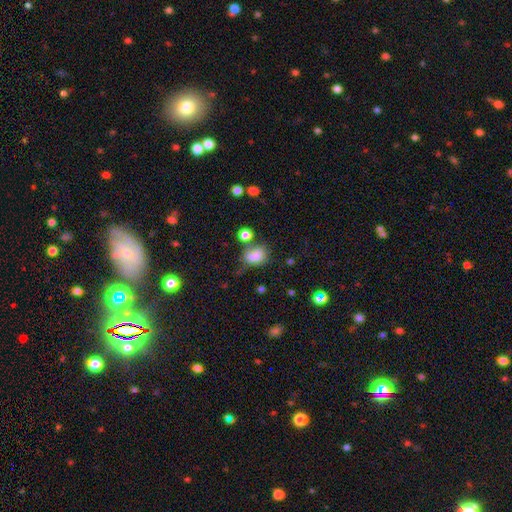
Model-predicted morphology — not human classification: Overall: smooth (77%). How rounded: in between (70%). Merging: none (44%; minor disturbance 26%).